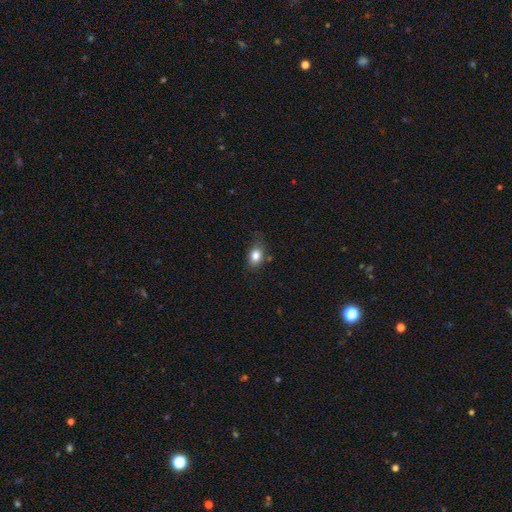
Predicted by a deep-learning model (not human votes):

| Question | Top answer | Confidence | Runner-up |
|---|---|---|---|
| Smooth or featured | smooth | 83% | star or artifact (9%) |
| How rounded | in between | 74% | round (24%) |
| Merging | none | 71% | minor disturbance (21%) |